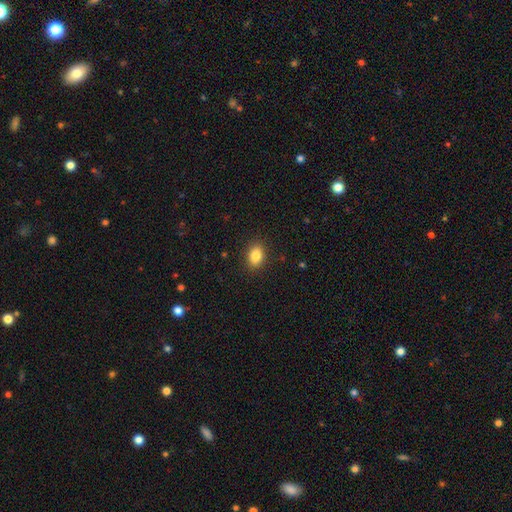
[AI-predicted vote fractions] Smooth or featured? smooth (86%)
How rounded? in between (74%)
Merging? none (89%)